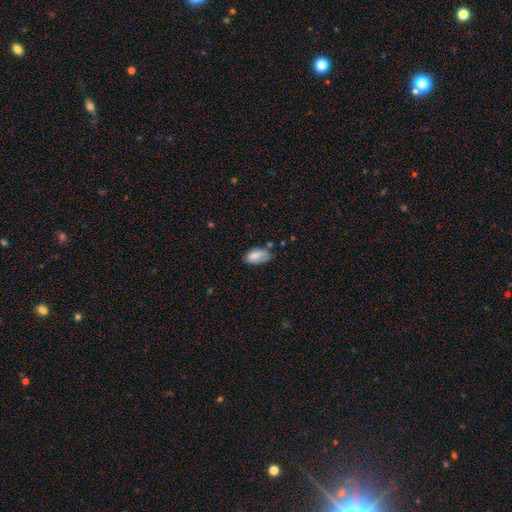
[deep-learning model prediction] Smooth or featured?
  - smooth: 81% *
  - featured or disk: 12%
  - star or artifact: 7%
How rounded?
  - in between: 92% *
  - round: 4%
  - cigar-shaped: 4%
Merging?
  - none: 61% *
  - minor disturbance: 28%
  - major disturbance: 6%
  - merger: 4%